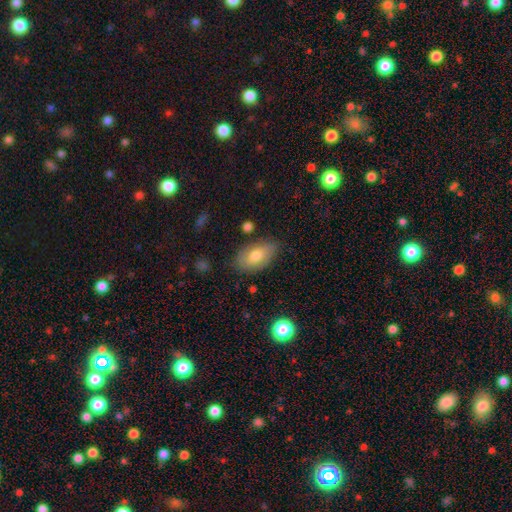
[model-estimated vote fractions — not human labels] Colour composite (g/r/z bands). It shows a smooth galaxy with no disk features (76%) that is in between round and cigar-shaped (93%). Merging: none (72%).